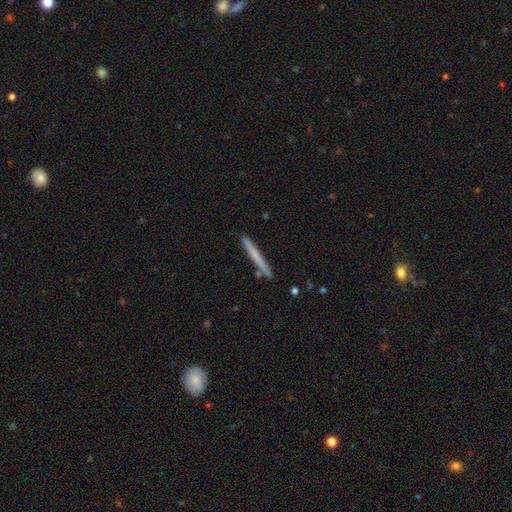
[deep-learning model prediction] smooth 56%, featured or disk 37%, star or artifact 6%. Down the decision tree: how rounded — cigar-shaped (97%); merging — none (89%).